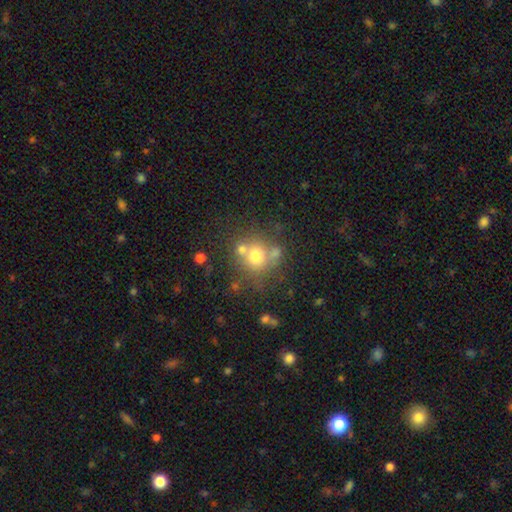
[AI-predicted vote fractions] Smooth or featured? Predicted: smooth (p=0.67). How rounded? Predicted: round (p=0.86). Merging? Predicted: none (p=0.57).